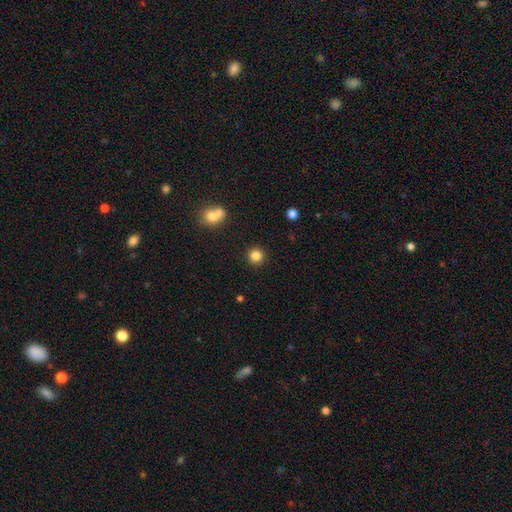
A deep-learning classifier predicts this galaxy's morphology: Smooth or featured: smooth — 83% (star or artifact — 12%)
How rounded: round — 94% (in between — 5%)
Merging: none — 90% (minor disturbance — 5%)